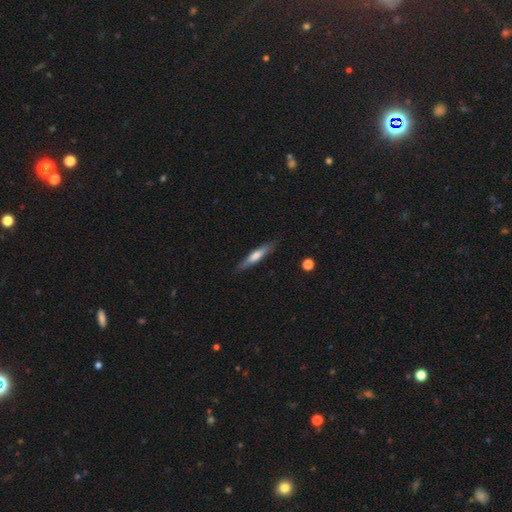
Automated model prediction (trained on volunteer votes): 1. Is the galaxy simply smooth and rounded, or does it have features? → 57% smooth, 37% featured or disk, 6% star or artifact.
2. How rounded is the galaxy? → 88% cigar-shaped, 10% in between, 1% round.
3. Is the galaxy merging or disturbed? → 86% none, 10% minor disturbance, 2% major disturbance, 1% merger.